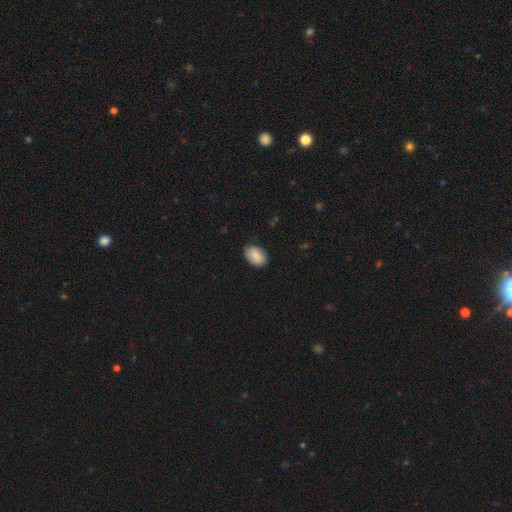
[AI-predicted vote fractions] smooth_or_featured: smooth (p=0.86) [alt: featured or disk p=0.07]
how_rounded: in between (p=0.84) [alt: round p=0.15]
merging: none (p=0.82) [alt: minor disturbance p=0.14]